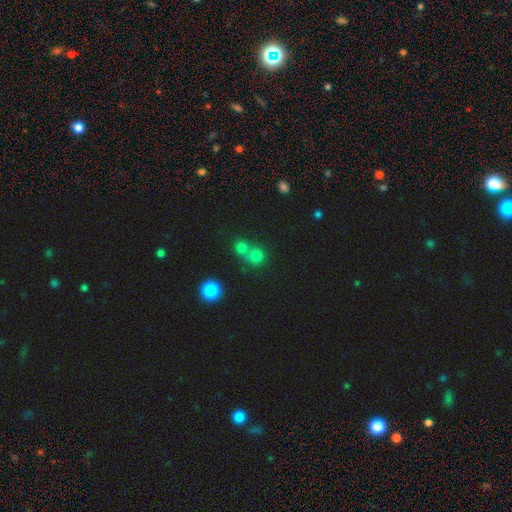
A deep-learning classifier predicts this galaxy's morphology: Overall: smooth (73%). How rounded: round (86%). Merging: merger (48%; none 43%).